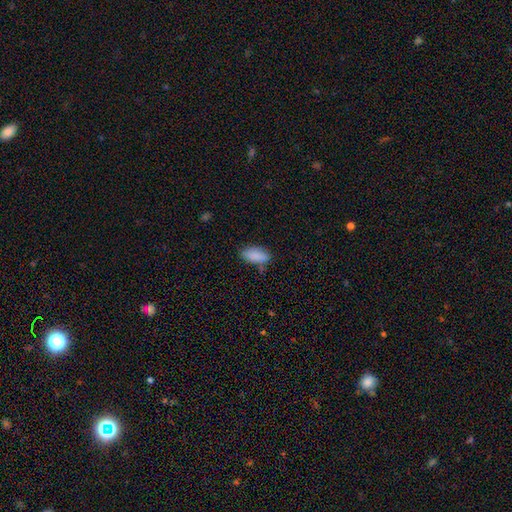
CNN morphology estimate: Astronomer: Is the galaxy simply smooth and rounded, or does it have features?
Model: smooth — 87%.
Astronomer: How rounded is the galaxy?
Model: in between — 91%.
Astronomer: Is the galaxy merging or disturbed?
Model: none — 71%.